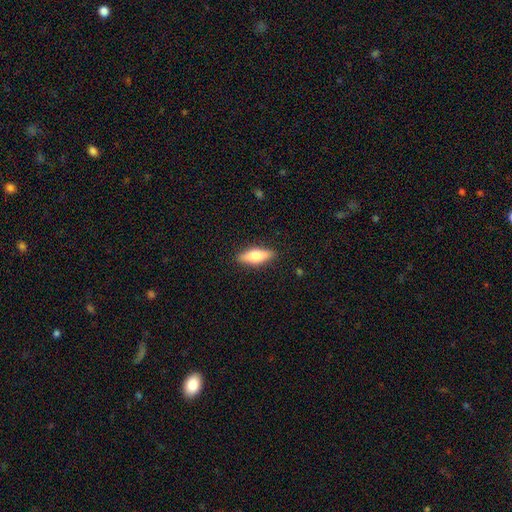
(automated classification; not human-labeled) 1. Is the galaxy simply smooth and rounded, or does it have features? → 68% smooth, 26% featured or disk, 6% star or artifact.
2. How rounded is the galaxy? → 61% in between, 36% cigar-shaped, 3% round.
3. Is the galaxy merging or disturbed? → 88% none, 9% minor disturbance, 2% major disturbance, 1% merger.